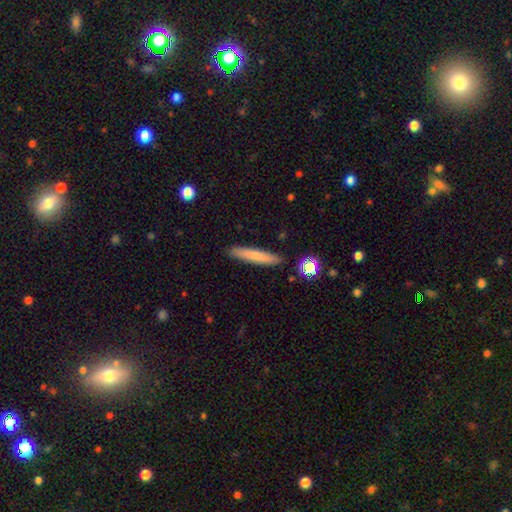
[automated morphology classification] smooth-or-featured: smooth: 74% | featured or disk: 19% | star or artifact: 7%
  how-rounded: cigar-shaped: 93% | in between: 6% | round: 1%
  merging: none: 89% | minor disturbance: 8% | major disturbance: 2% | merger: 2%